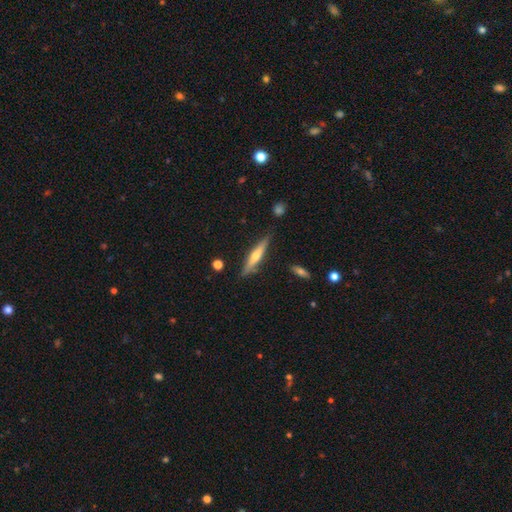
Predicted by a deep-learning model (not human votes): Smooth or featured? Predicted: featured or disk (p=0.53). Edge-on disk? Predicted: yes (p=0.94). Merging? Predicted: none (p=0.84).